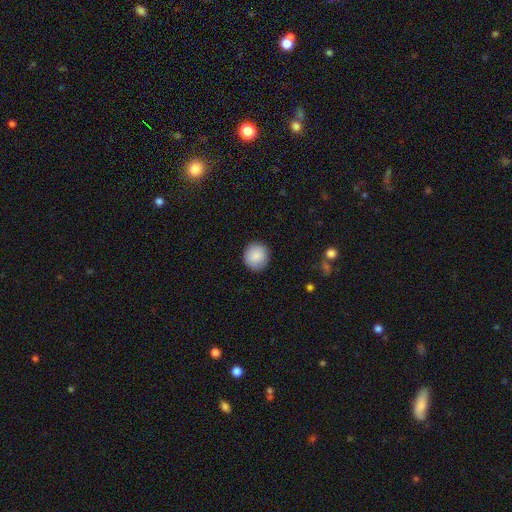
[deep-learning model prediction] This is clearly a smooth galaxy (89%). How rounded: clearly round (91%). Merging: clearly none (91%).